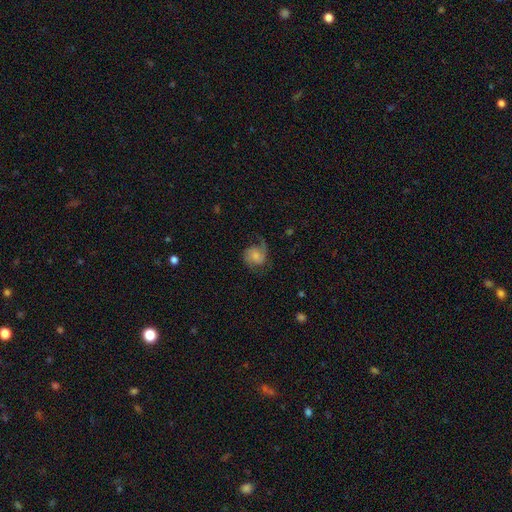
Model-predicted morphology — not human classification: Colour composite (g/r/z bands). It shows a featured or disk galaxy (67%) with no bar (65%), 2 (78%) medium (45%) spiral arms (93%) and a small central bulge (36%). Merging: none (61%).